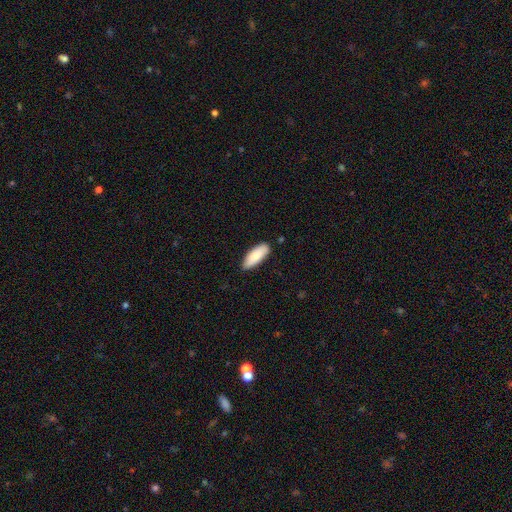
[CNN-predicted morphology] smooth 84%, featured or disk 11%, star or artifact 6%. Down the decision tree: how rounded — in between (74%); merging — none (86%).